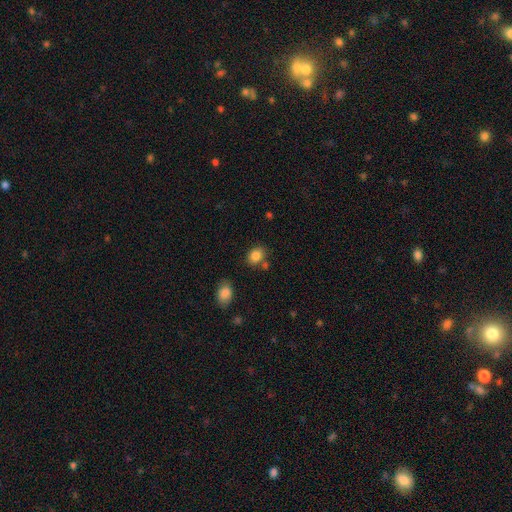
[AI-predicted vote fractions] smooth_or_featured: smooth (p=0.84) [alt: star or artifact p=0.10]
how_rounded: in between (p=0.60) [alt: round p=0.39]
merging: none (p=0.70) [alt: minor disturbance p=0.15]